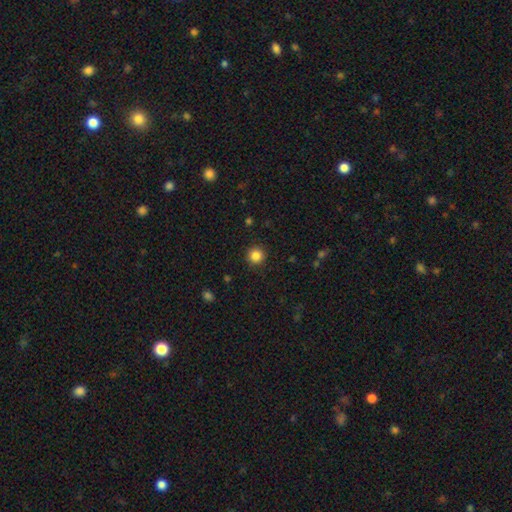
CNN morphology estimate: Smooth or featured?
  - smooth: 85% *
  - star or artifact: 11%
  - featured or disk: 4%
How rounded?
  - round: 95% *
  - in between: 4%
  - cigar-shaped: 1%
Merging?
  - none: 92% *
  - minor disturbance: 5%
  - major disturbance: 2%
  - merger: 1%